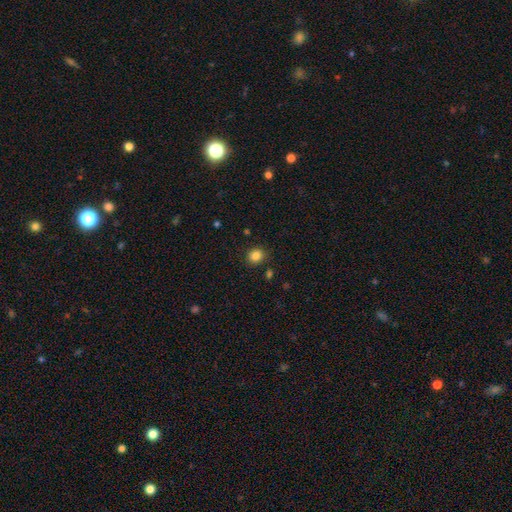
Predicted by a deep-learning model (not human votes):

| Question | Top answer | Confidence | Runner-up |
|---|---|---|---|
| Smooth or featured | smooth | 85% | star or artifact (11%) |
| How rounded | round | 78% | in between (21%) |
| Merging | none | 87% | minor disturbance (8%) |